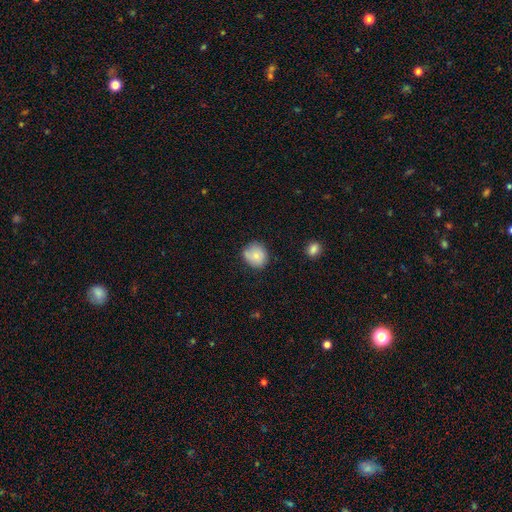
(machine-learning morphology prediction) smooth_or_featured: smooth (p=0.78) [alt: featured or disk p=0.13]
how_rounded: round (p=0.81) [alt: in between p=0.18]
merging: none (p=0.67) [alt: minor disturbance p=0.25]